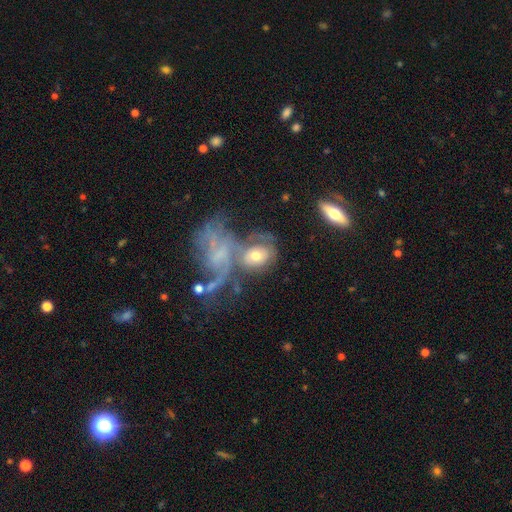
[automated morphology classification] Smooth or featured?
  - featured or disk: 52% *
  - smooth: 38%
  - star or artifact: 10%
Edge-on disk?
  - no: 93% *
  - yes: 7%
Merging?
  - merger: 45% *
  - none: 28%
  - major disturbance: 14%
  - minor disturbance: 13%